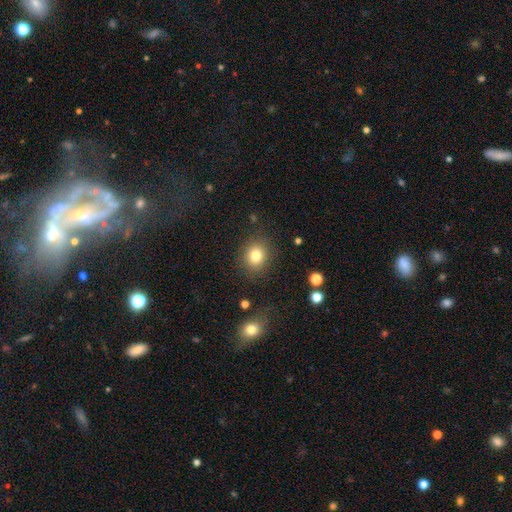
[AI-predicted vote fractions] Smooth or featured?
  - smooth: 81% *
  - star or artifact: 11%
  - featured or disk: 8%
How rounded?
  - round: 73% *
  - in between: 26%
  - cigar-shaped: 1%
Merging?
  - none: 86% *
  - minor disturbance: 9%
  - major disturbance: 3%
  - merger: 2%